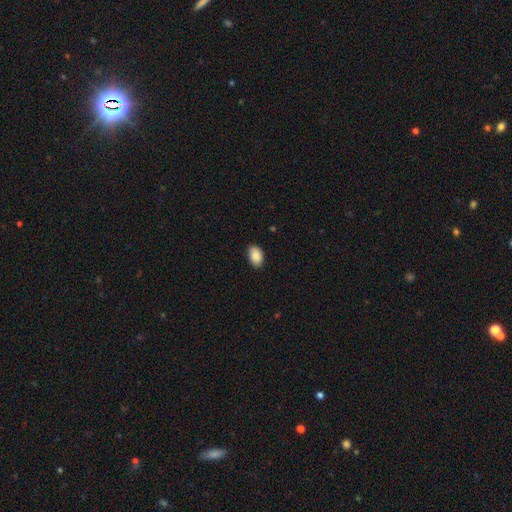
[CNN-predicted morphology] Overall: smooth (90%). How rounded: in between (89%). Merging: none (85%).